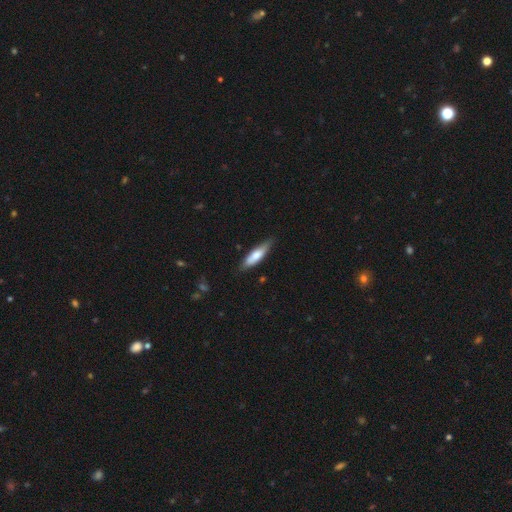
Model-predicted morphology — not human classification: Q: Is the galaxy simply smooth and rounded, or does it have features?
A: smooth — 67%.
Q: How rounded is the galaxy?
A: cigar-shaped — 68%.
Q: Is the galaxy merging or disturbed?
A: none — 79%.